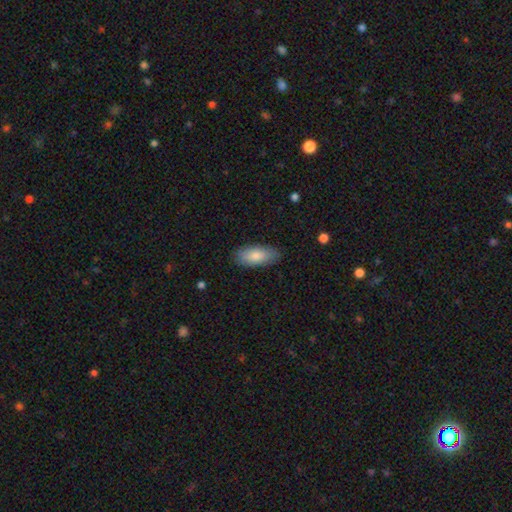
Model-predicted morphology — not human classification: Smooth or featured? Predicted: smooth (p=0.83). How rounded? Predicted: in between (p=0.88). Merging? Predicted: none (p=0.84).